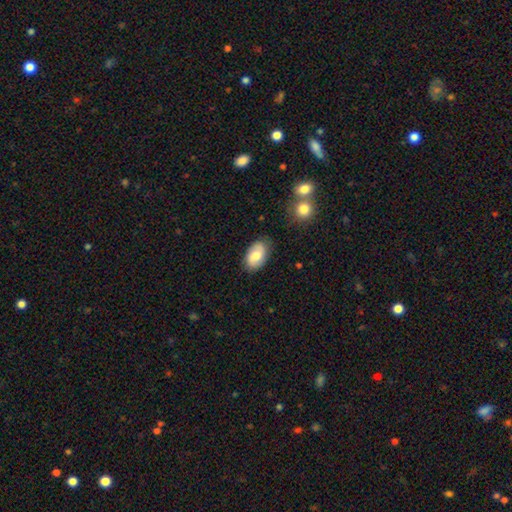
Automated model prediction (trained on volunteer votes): Morphology: type=smooth (70%); roundness=in between (92%); merging=none (79%).